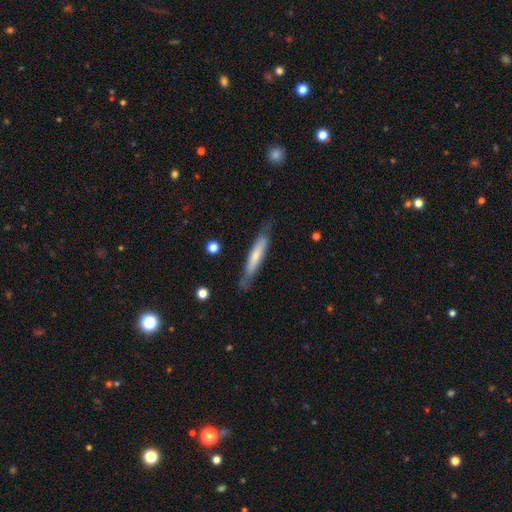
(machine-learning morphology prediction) Smooth or featured?
  - smooth: 51% *
  - featured or disk: 43%
  - star or artifact: 6%
How rounded?
  - cigar-shaped: 89% *
  - in between: 10%
  - round: 1%
Merging?
  - none: 74% *
  - minor disturbance: 19%
  - major disturbance: 5%
  - merger: 2%